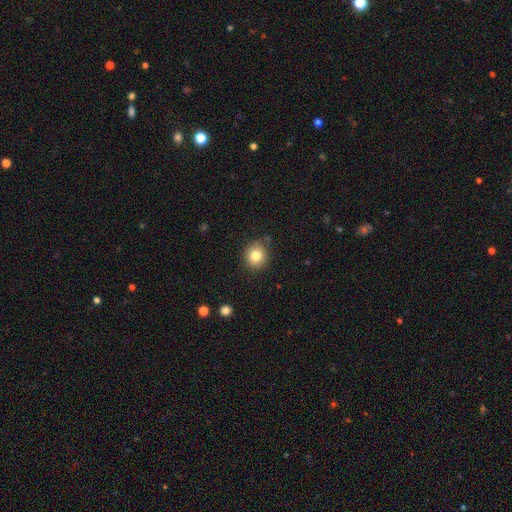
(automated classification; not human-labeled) This is clearly a smooth galaxy (81%). How rounded: clearly round (87%). Merging: clearly none (84%).